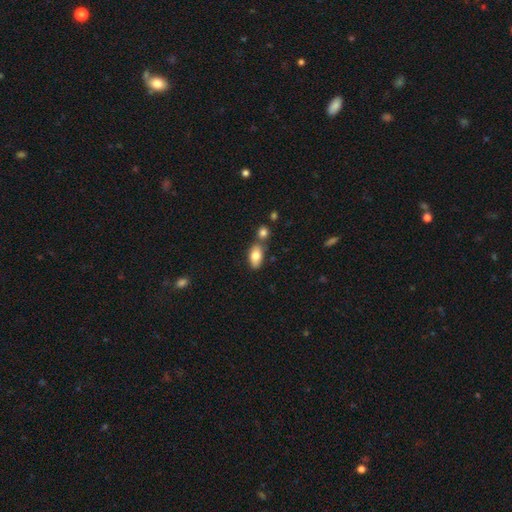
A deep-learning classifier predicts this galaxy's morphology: Smooth or featured? Predicted: smooth (p=0.79). How rounded? Predicted: in between (p=0.90). Merging? Predicted: none (p=0.59).